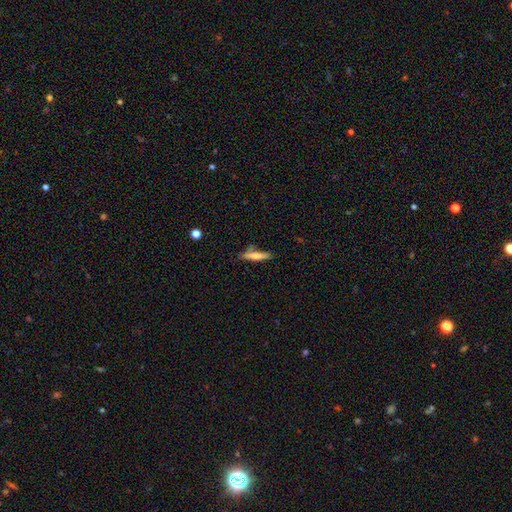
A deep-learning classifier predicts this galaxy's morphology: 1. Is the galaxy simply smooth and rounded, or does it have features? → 57% smooth, 36% featured or disk, 7% star or artifact.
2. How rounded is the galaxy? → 88% cigar-shaped, 10% in between, 2% round.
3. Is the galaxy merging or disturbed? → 76% none, 15% minor disturbance, 6% merger, 3% major disturbance.